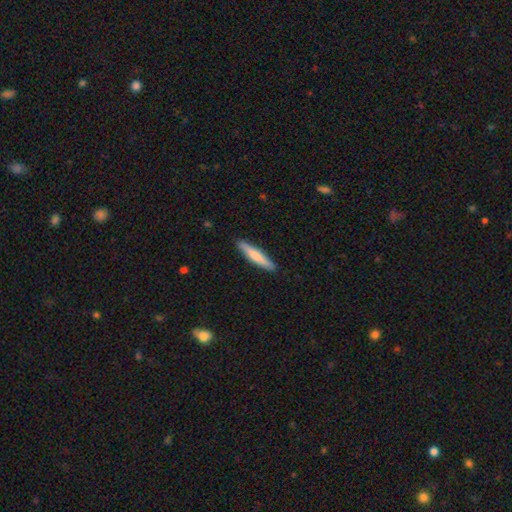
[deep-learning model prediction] This is likely a smooth galaxy (68%). How rounded: clearly cigar-shaped (91%). Merging: clearly none (90%).